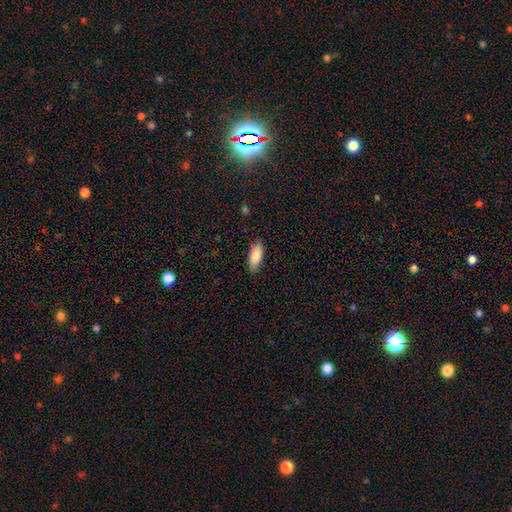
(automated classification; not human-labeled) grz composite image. It shows a smooth galaxy with no disk features (83%) that is in between round and cigar-shaped (76%). Merging: none (85%).